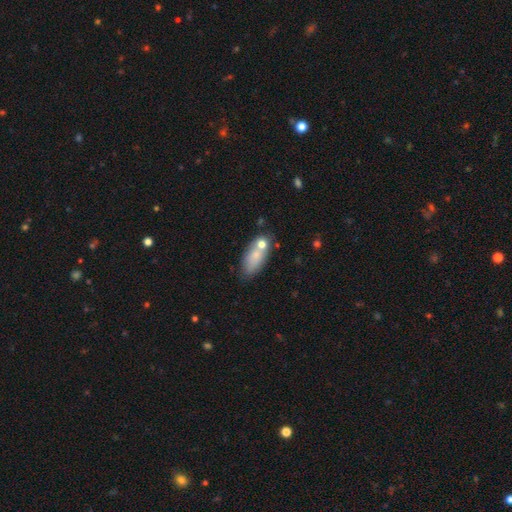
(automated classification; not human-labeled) A smooth galaxy with no disk features (73%) that is in between round and cigar-shaped (83%). Merging: none (56%).